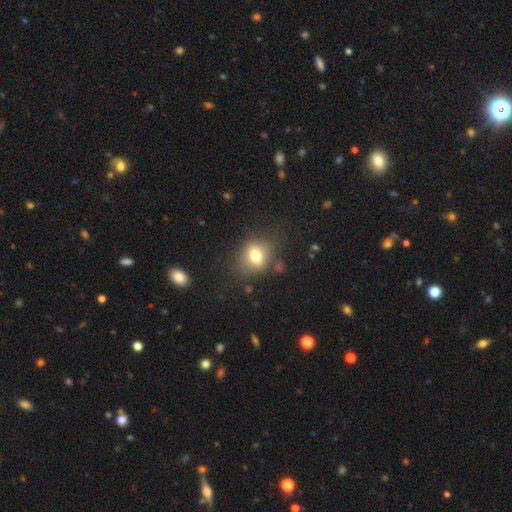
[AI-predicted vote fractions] Smooth or featured: smooth — 74% (featured or disk — 15%)
How rounded: round — 55% (in between — 44%)
Merging: none — 74% (minor disturbance — 16%)